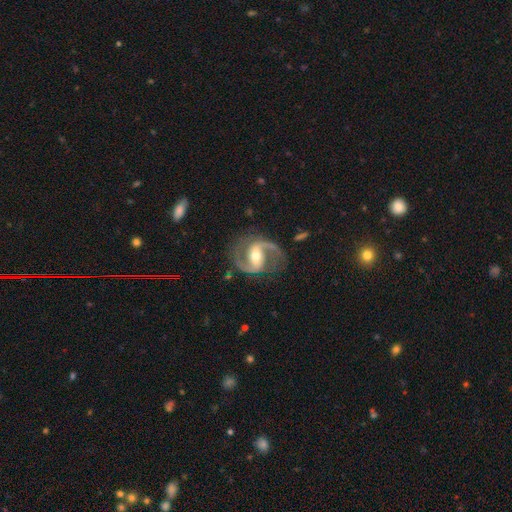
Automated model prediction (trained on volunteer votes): A featured or disk galaxy (92%) with a weak bar (41%), 2 (94%) medium (59%) spiral arms (98%) and a moderate central bulge (64%). Merging: none (79%).